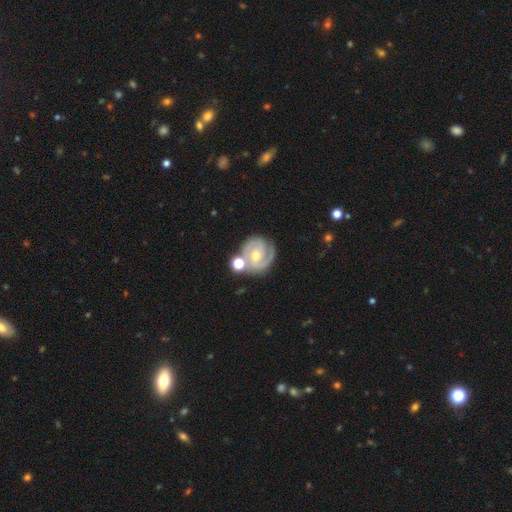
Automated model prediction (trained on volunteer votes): This is clearly a featured or disk galaxy (84%). It is clearly not viewed edge-on (98%). Bar: possibly no (48%). Spiral arm pattern: clearly yes (96%). Spiral arm count: likely 2 (66%). Spiral winding: possibly tight (57%). Central bulge: possibly small (53%). Merging: likely none (61%).